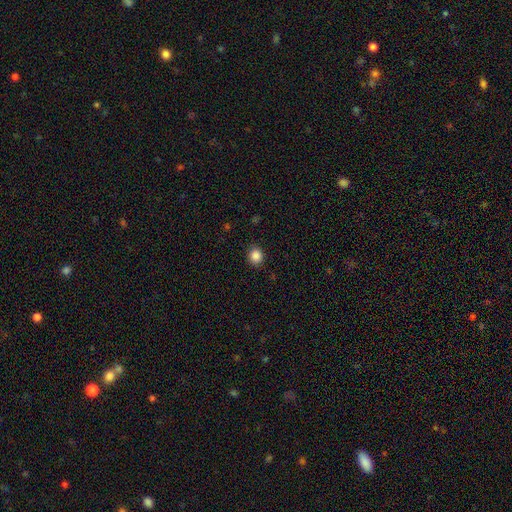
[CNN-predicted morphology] smooth 86%, star or artifact 10%, featured or disk 3%. Down the decision tree: how rounded — round (80%); merging — none (90%).